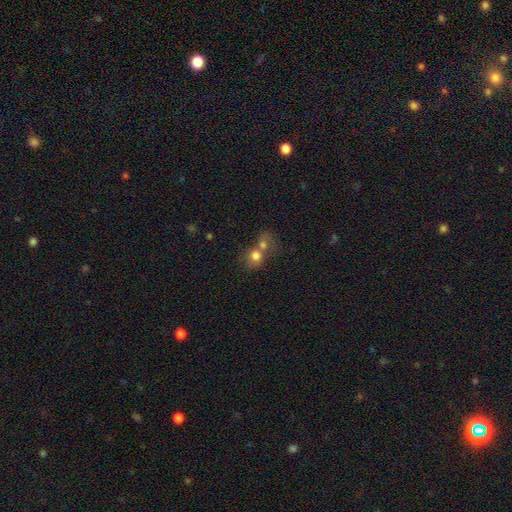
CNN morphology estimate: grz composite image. It shows a smooth galaxy with no disk features (75%) that is round (72%). Merging: merger (65%).